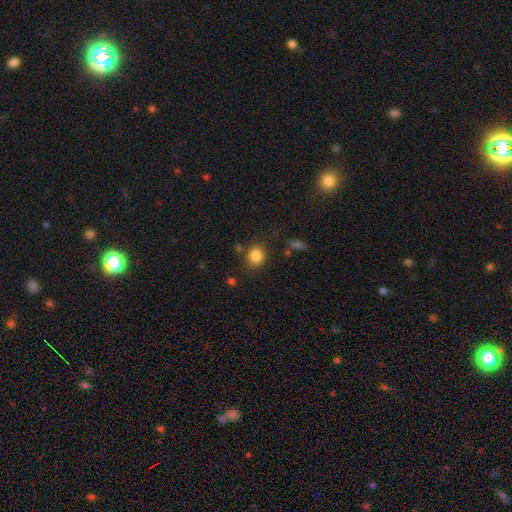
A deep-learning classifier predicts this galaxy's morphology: This is clearly a smooth galaxy (85%). How rounded: likely round (76%). Merging: clearly none (81%).